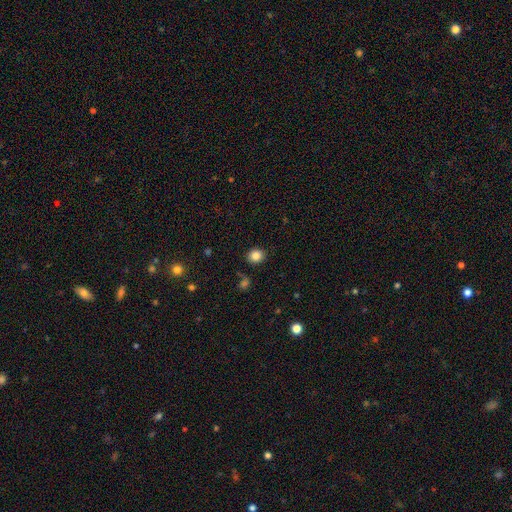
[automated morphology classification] The model was most divided on "how rounded": round: 73%, in between: 26%, cigar-shaped: 1%. More confident: merging — none (87%); smooth or featured — smooth (85%).